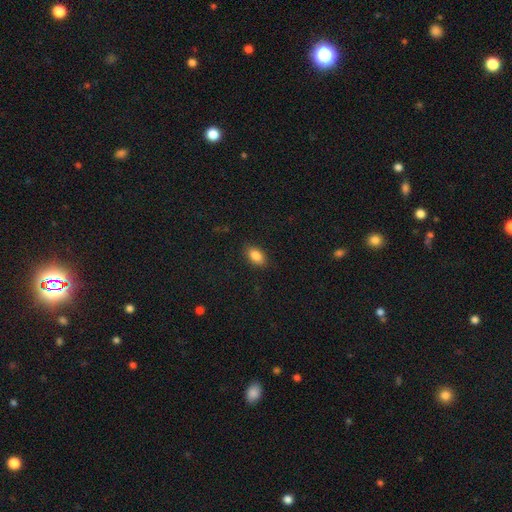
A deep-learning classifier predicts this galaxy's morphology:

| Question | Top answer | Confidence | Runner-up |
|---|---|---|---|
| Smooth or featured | smooth | 86% | star or artifact (8%) |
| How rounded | in between | 89% | round (8%) |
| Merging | none | 86% | minor disturbance (10%) |